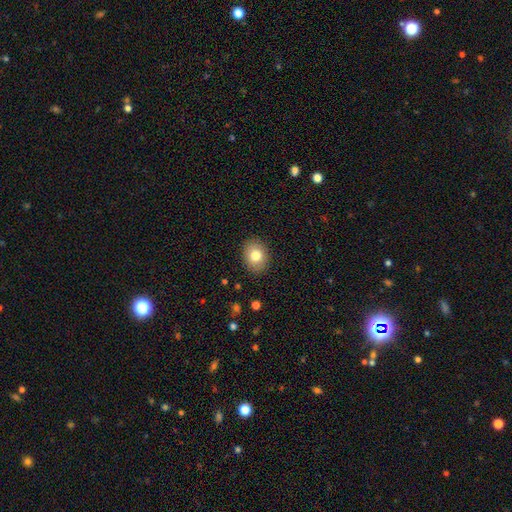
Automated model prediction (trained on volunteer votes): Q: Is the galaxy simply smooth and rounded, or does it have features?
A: smooth — 79%.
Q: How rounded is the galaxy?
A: in between — 54%.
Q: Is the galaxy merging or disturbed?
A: none — 88%.